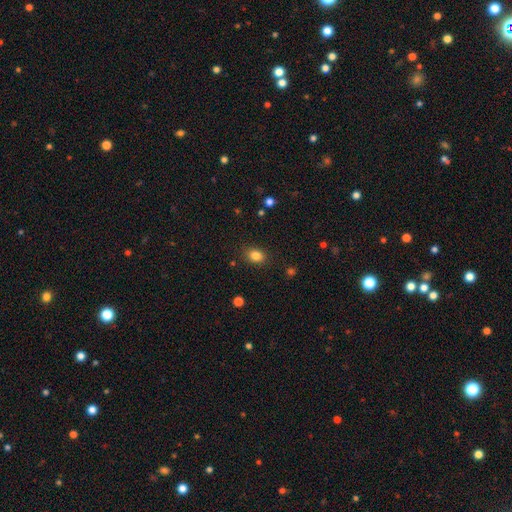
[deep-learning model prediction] Q: Smooth or featured?
A: smooth (84%); runner-up: star or artifact (11%)
Q: How rounded?
A: in between (62%); runner-up: round (37%)
Q: Merging?
A: none (86%); runner-up: minor disturbance (10%)